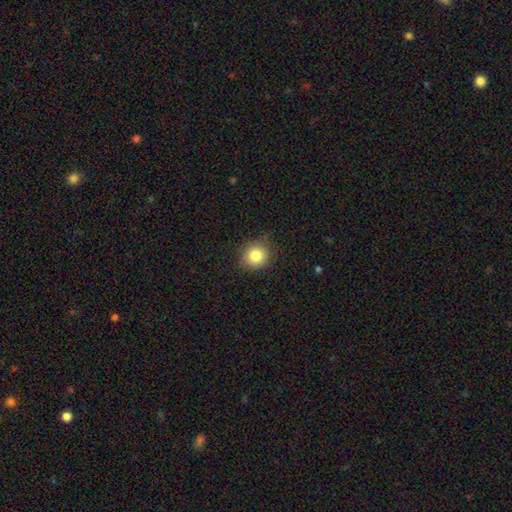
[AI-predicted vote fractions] Overall: smooth (83%). How rounded: round (86%). Merging: none (83%).